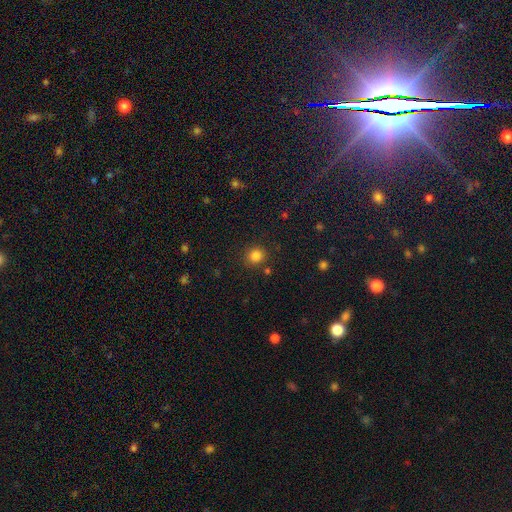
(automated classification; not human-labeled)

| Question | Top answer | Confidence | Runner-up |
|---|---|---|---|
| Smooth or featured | smooth | 83% | star or artifact (12%) |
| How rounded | round | 88% | in between (11%) |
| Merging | none | 87% | minor disturbance (7%) |